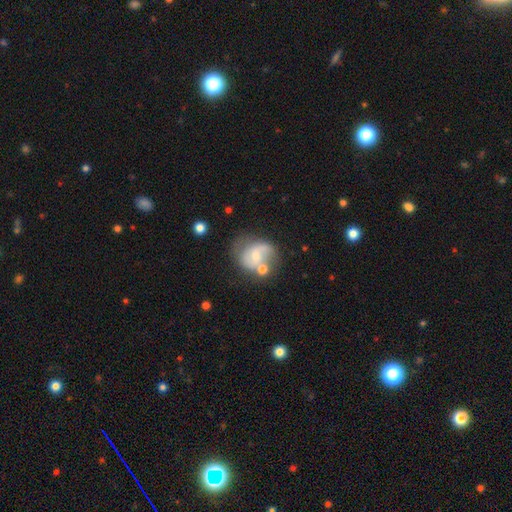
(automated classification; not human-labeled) A featured or disk galaxy (64%) with no bar (50%), 2 (81%) medium (44%) spiral arms (83%) and a small central bulge (52%). Merging: none (47%).